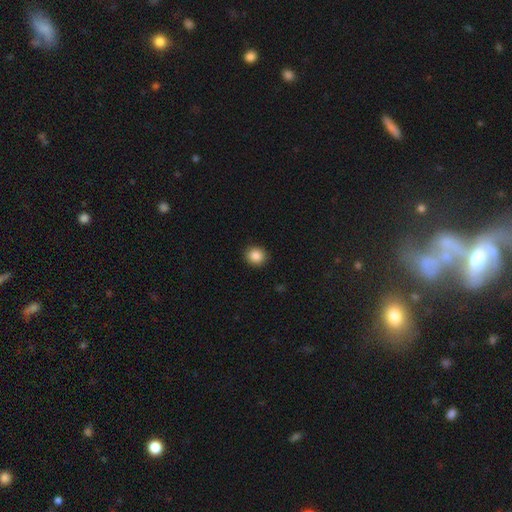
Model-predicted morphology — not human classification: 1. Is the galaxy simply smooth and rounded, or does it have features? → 87% smooth, 9% star or artifact, 4% featured or disk.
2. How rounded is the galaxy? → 87% round, 12% in between, 1% cigar-shaped.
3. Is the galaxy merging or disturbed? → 91% none, 6% minor disturbance, 2% major disturbance, 1% merger.